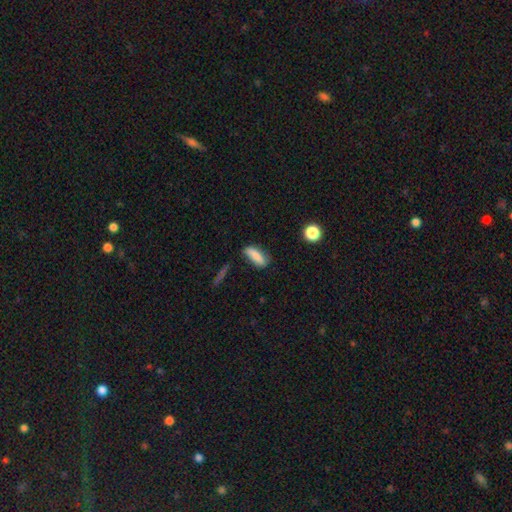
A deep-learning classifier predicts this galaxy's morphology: Smooth or featured? smooth (79%)
How rounded? in between (59%)
Merging? none (64%)